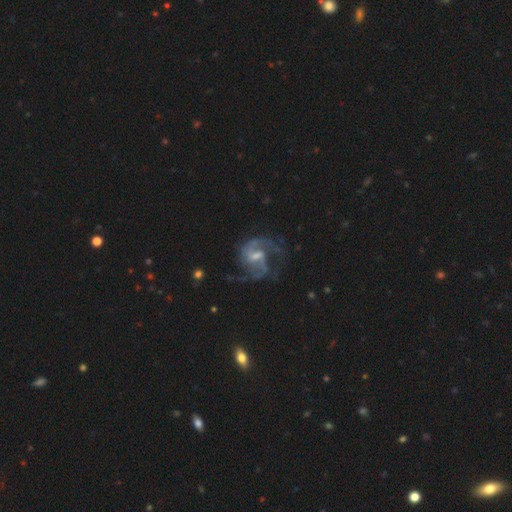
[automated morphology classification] Q: Smooth or featured?
A: featured or disk (87%); runner-up: smooth (7%)
Q: Edge-on disk?
A: no (98%); runner-up: yes (2%)
Q: Bar?
A: weak (58%); runner-up: no (24%)
Q: Spiral arms?
A: yes (95%); runner-up: no (5%)
Q: Spiral winding?
A: medium (54%); runner-up: loose (28%)
Q: Spiral arm count?
A: 2 (69%); runner-up: 3 (11%)
Q: Bulge size?
A: small (43%); runner-up: moderate (40%)
Q: Merging?
A: none (57%); runner-up: major disturbance (22%)